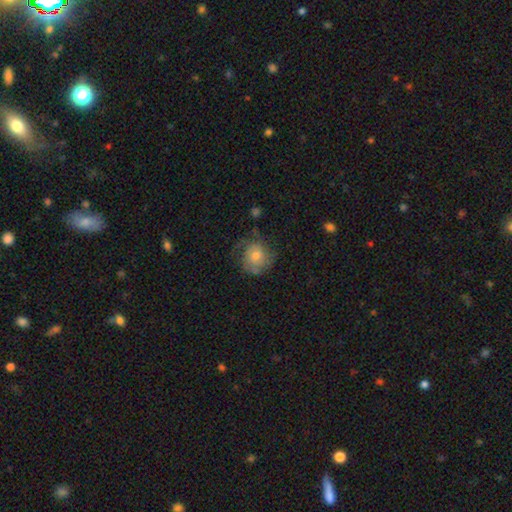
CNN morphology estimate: Smooth or featured?
  - featured or disk: 49% *
  - smooth: 42%
  - star or artifact: 9%
Merging?
  - none: 61% *
  - minor disturbance: 23%
  - major disturbance: 14%
  - merger: 2%